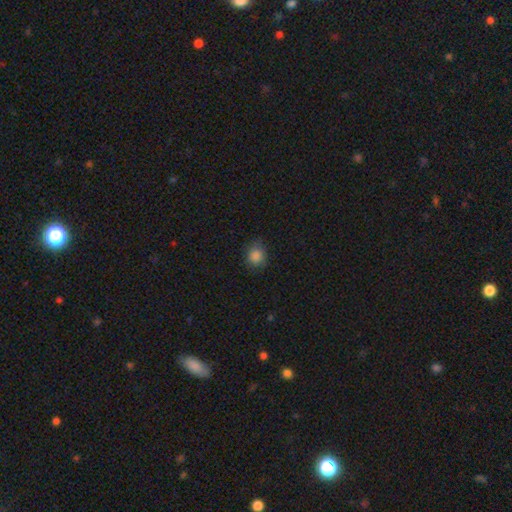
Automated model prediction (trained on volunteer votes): smooth-or-featured: smooth: 85% | star or artifact: 11% | featured or disk: 4%
  how-rounded: round: 74% | in between: 25% | cigar-shaped: 1%
  merging: none: 79% | minor disturbance: 16% | major disturbance: 3% | merger: 1%